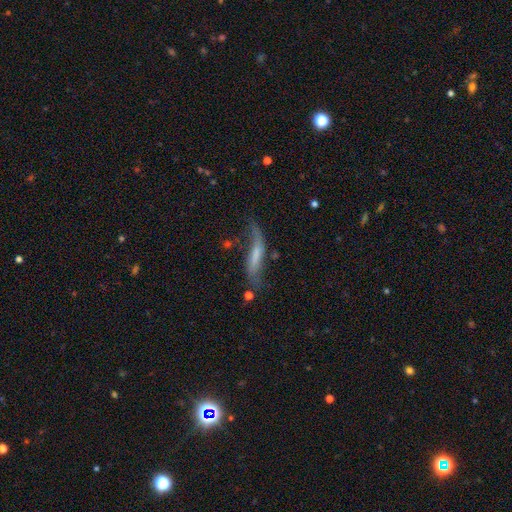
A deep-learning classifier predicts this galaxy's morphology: This is possibly a featured or disk galaxy (57%). It is possibly not viewed edge-on (57%). Merging: possibly none (46%).